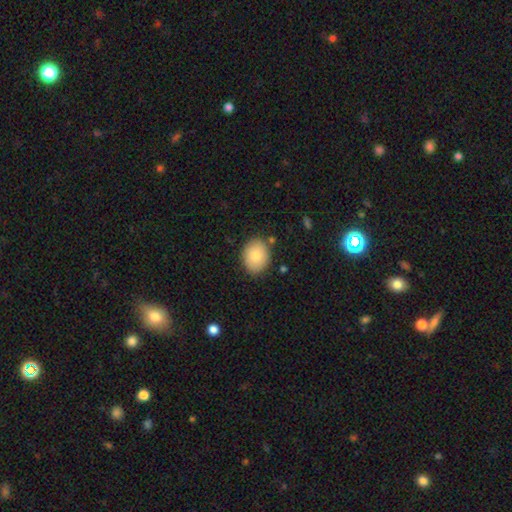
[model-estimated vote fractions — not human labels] Q: Smooth or featured?
A: smooth (84%); runner-up: featured or disk (9%)
Q: How rounded?
A: in between (54%); runner-up: round (45%)
Q: Merging?
A: none (84%); runner-up: minor disturbance (11%)